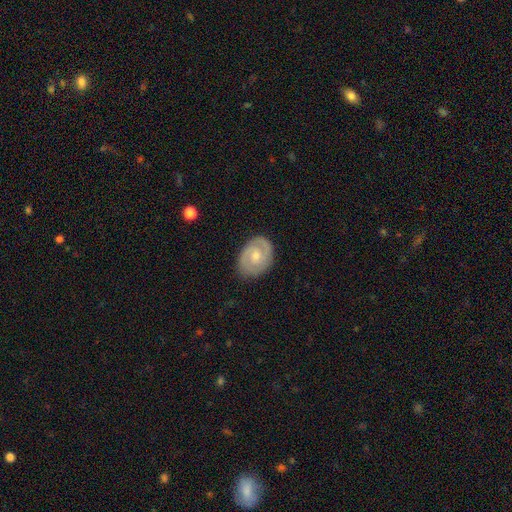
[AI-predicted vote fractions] Smooth or featured?
  - featured or disk: 67% *
  - smooth: 28%
  - star or artifact: 6%
Edge-on disk?
  - no: 97% *
  - yes: 3%
Bar?
  - no: 65% *
  - weak: 31%
  - strong: 4%
Spiral arms?
  - yes: 86% *
  - no: 14%
Spiral winding?
  - tight: 58% *
  - medium: 33%
  - loose: 9%
Spiral arm count?
  - 2: 68% *
  - can't tell: 16%
  - 1: 9%
  - 3: 4%
  - 4: 1%
  - more than 4: 1%
Bulge size?
  - moderate: 52% *
  - small: 40%
  - large: 3%
  - none: 3%
  - dominant: 1%
Merging?
  - none: 81% *
  - minor disturbance: 15%
  - major disturbance: 4%
  - merger: 1%